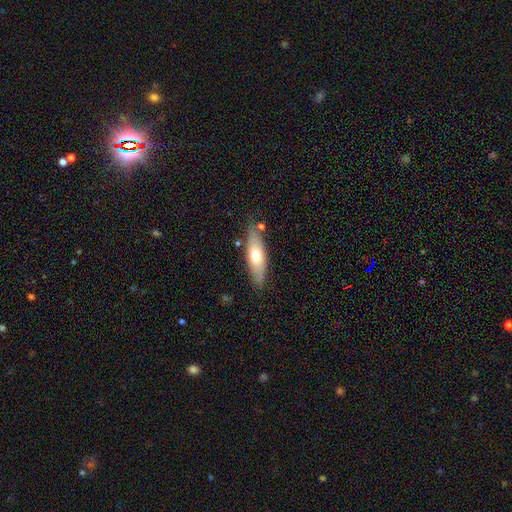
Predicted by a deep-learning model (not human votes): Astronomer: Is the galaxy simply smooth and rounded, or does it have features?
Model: smooth — 59% (runner-up: featured or disk, 35%).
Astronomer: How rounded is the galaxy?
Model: in between — 50% (runner-up: cigar-shaped, 48%).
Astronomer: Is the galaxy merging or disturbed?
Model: none — 79%.